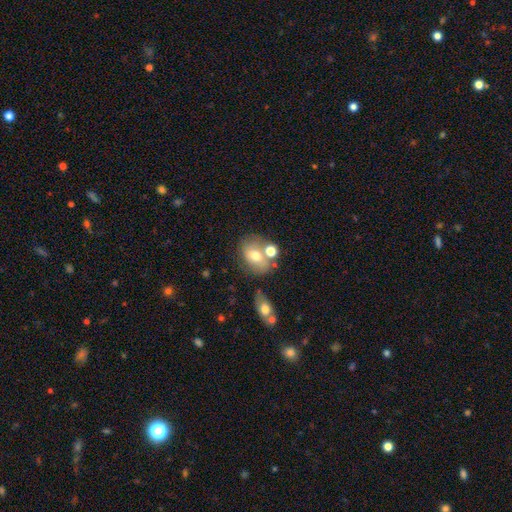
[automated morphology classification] smooth 63%, featured or disk 26%, star or artifact 11%. Down the decision tree: how rounded — in between (61%); merging — none (51%).